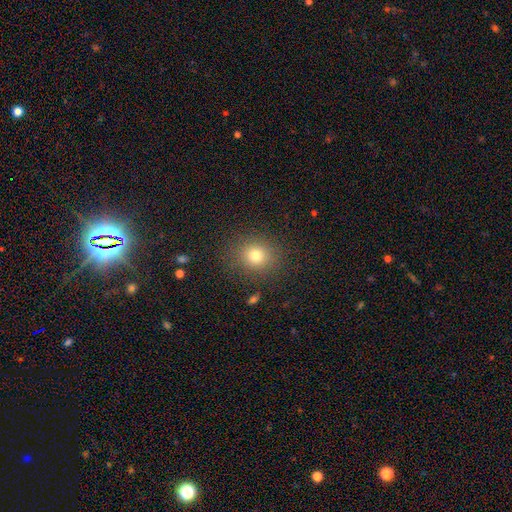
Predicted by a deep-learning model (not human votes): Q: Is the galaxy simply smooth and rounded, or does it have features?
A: smooth — 77%.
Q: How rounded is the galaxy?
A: round — 78%.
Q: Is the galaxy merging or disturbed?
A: none — 86%.